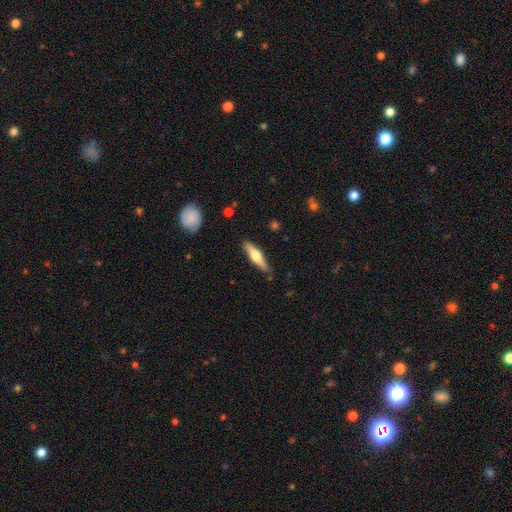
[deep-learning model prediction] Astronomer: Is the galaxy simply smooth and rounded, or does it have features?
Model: featured or disk — 53% (runner-up: smooth, 42%).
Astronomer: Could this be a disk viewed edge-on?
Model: yes — 94%.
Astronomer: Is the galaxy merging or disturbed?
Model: none — 86%.